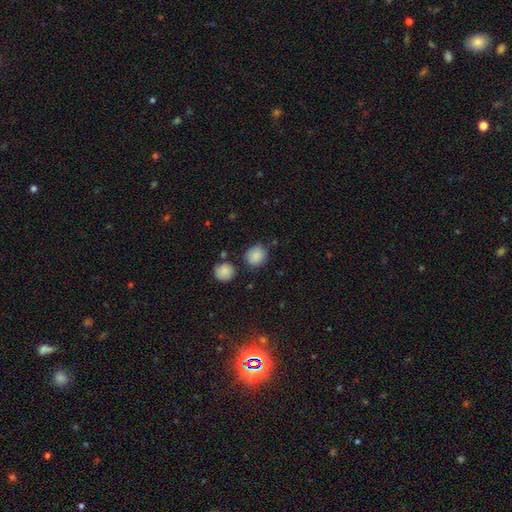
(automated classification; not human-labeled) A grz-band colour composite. It shows a smooth galaxy with no disk features (86%) that is round (85%). Merging: none (77%).